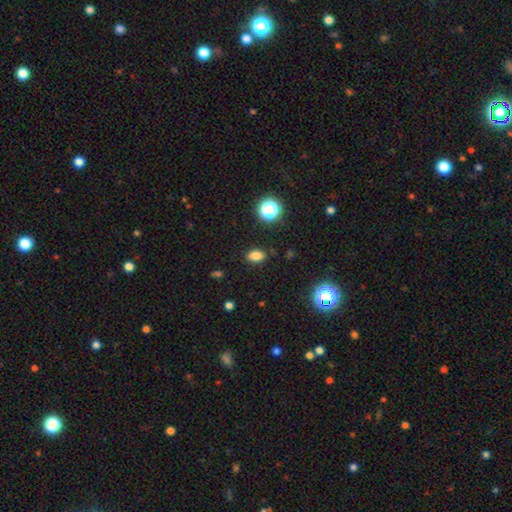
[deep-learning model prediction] A smooth galaxy with no disk features (80%) that is in between round and cigar-shaped (80%).

Vote fractions:
- Smooth or featured? smooth: 80% / star or artifact: 15% / featured or disk: 5%
- How rounded? in between: 80% / round: 18% / cigar-shaped: 2%
- Merging? none: 87% / minor disturbance: 9% / major disturbance: 3% / merger: 1%